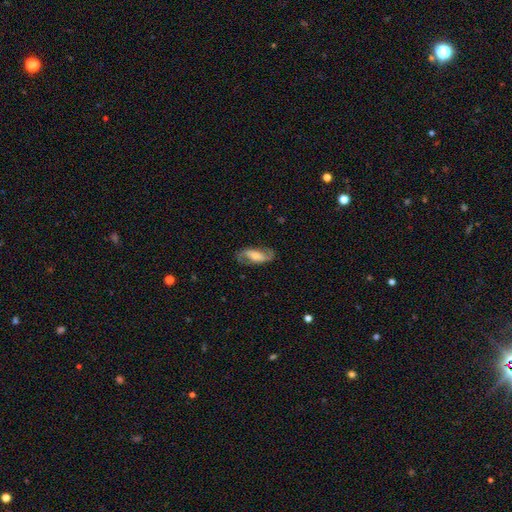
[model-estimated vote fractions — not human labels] Smooth or featured: featured or disk — 75% (smooth — 19%)
Edge-on disk: no — 94% (yes — 6%)
Bar: weak — 38% (strong — 34%)
Spiral arms: yes — 92% (no — 8%)
Spiral winding: medium — 43% (loose — 42%)
Spiral arm count: 2 — 91% (can't tell — 4%)
Bulge size: moderate — 40% (small — 31%)
Merging: none — 78% (minor disturbance — 14%)